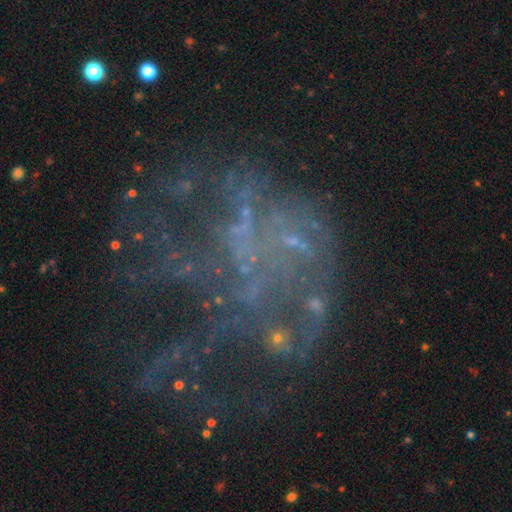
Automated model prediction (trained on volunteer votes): Smooth or featured?
  - featured or disk: 61% *
  - star or artifact: 27%
  - smooth: 12%
Edge-on disk?
  - no: 98% *
  - yes: 2%
Bar?
  - no: 88% *
  - weak: 9%
  - strong: 3%
Spiral arms?
  - no: 77% *
  - yes: 23%
Bulge size?
  - none: 77% *
  - small: 15%
  - moderate: 5%
  - large: 1%
  - dominant: 1%
Merging?
  - major disturbance: 44% *
  - none: 34%
  - minor disturbance: 13%
  - merger: 9%